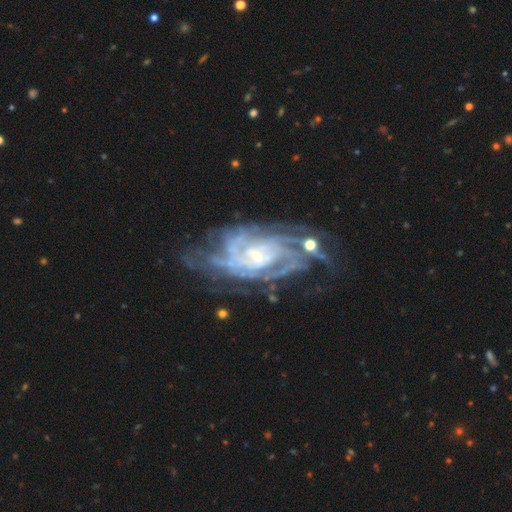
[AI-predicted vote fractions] Smooth or featured?
  - featured or disk: 89% *
  - star or artifact: 6%
  - smooth: 4%
Edge-on disk?
  - no: 96% *
  - yes: 4%
Bar?
  - no: 47% *
  - weak: 40%
  - strong: 14%
Spiral arms?
  - yes: 97% *
  - no: 3%
Spiral winding?
  - tight: 64% *
  - medium: 29%
  - loose: 7%
Spiral arm count?
  - can't tell: 29% *
  - 4: 23%
  - more than 4: 15%
  - 3: 13%
  - 2: 11%
  - 1: 7%
Bulge size?
  - small: 69% *
  - moderate: 20%
  - none: 7%
  - large: 3%
  - dominant: 1%
Merging?
  - none: 56% *
  - minor disturbance: 20%
  - major disturbance: 18%
  - merger: 6%